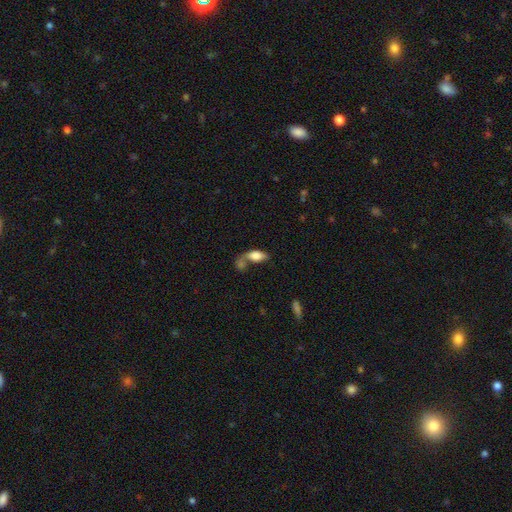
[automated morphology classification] Q: Smooth or featured?
A: smooth (75%); runner-up: featured or disk (17%)
Q: How rounded?
A: in between (84%); runner-up: cigar-shaped (12%)
Q: Merging?
A: merger (44%); runner-up: none (32%)